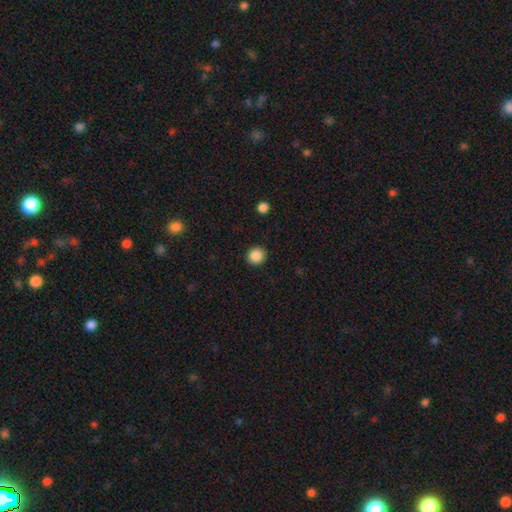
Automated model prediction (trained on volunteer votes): A smooth galaxy with no disk features (87%) that is round (90%).

Vote fractions:
- Smooth or featured? smooth: 87% / star or artifact: 10% / featured or disk: 3%
- How rounded? round: 90% / in between: 9% / cigar-shaped: 1%
- Merging? none: 92% / minor disturbance: 5% / major disturbance: 2% / merger: 1%